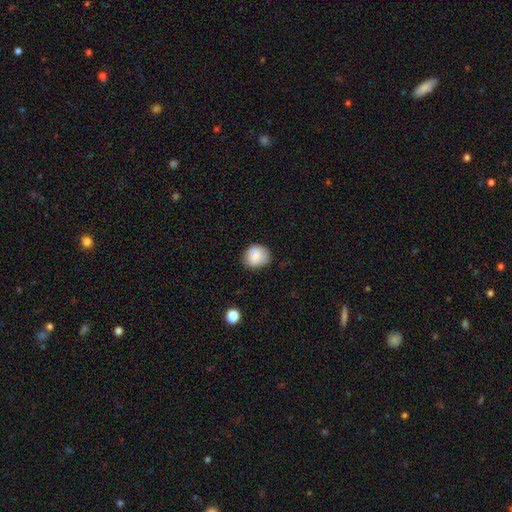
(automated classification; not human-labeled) A smooth galaxy with no disk features (85%) that is round (71%).

Vote fractions:
- Smooth or featured? smooth: 85% / star or artifact: 8% / featured or disk: 6%
- How rounded? round: 71% / in between: 28% / cigar-shaped: 1%
- Merging? none: 76% / minor disturbance: 19% / major disturbance: 4% / merger: 1%